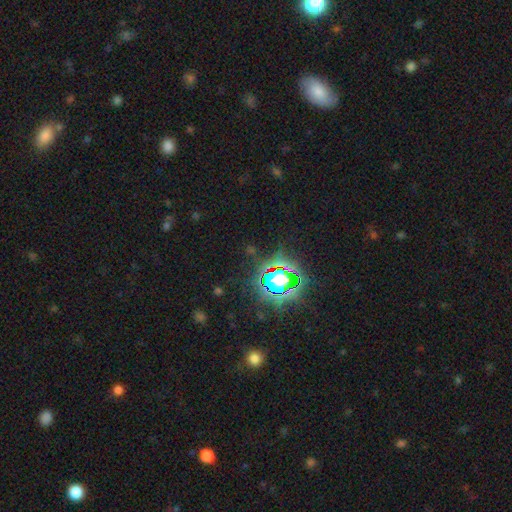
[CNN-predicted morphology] A star or artifact, not a galaxy (78%).